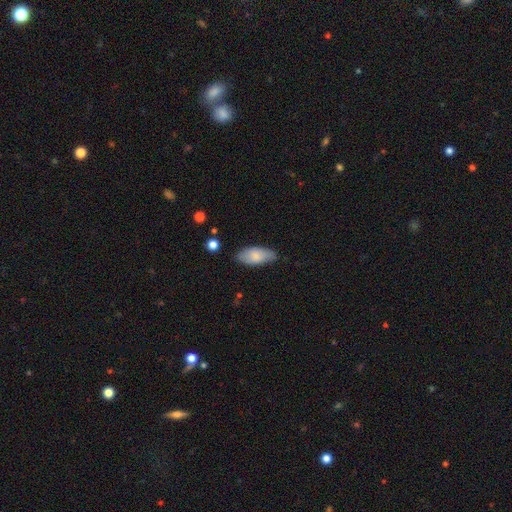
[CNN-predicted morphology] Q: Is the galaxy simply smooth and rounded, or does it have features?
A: smooth — 80%.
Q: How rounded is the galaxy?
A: in between — 89%.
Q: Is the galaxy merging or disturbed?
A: none — 71%.